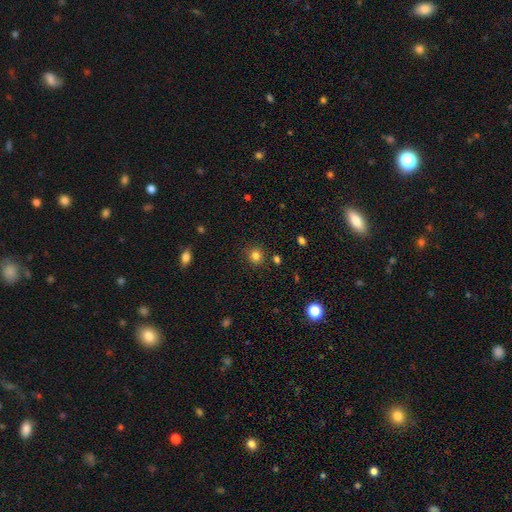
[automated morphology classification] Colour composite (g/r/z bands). It shows a smooth galaxy with no disk features (82%) that is round (90%). Merging: none (86%).